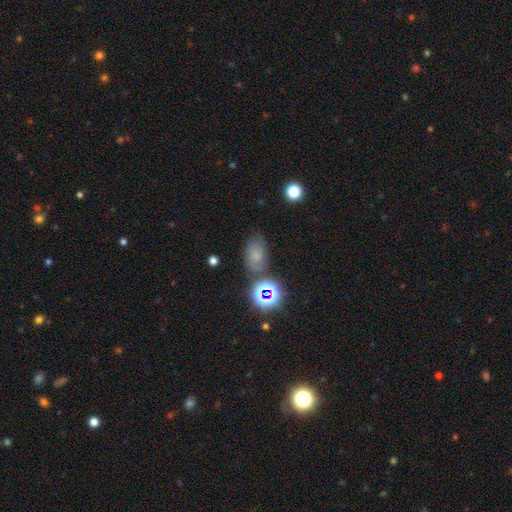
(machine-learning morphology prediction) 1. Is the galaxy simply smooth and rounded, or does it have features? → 51% smooth, 26% star or artifact, 23% featured or disk.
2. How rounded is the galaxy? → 79% in between, 19% round, 2% cigar-shaped.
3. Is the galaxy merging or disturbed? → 63% none, 22% minor disturbance, 8% major disturbance, 7% merger.